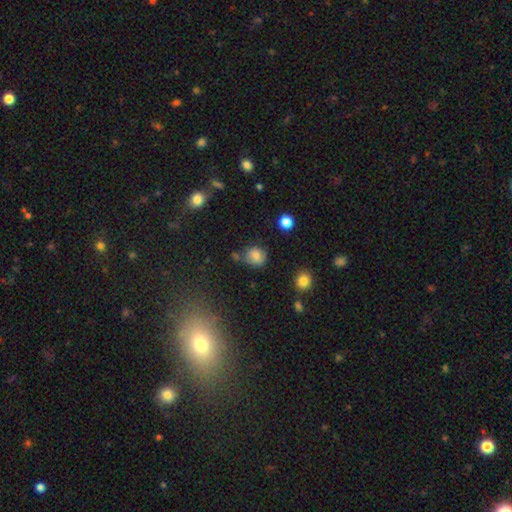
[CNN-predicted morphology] Smooth or featured?
  - smooth: 77% *
  - star or artifact: 13%
  - featured or disk: 9%
How rounded?
  - round: 76% *
  - in between: 23%
  - cigar-shaped: 1%
Merging?
  - none: 66% *
  - minor disturbance: 21%
  - merger: 8%
  - major disturbance: 6%